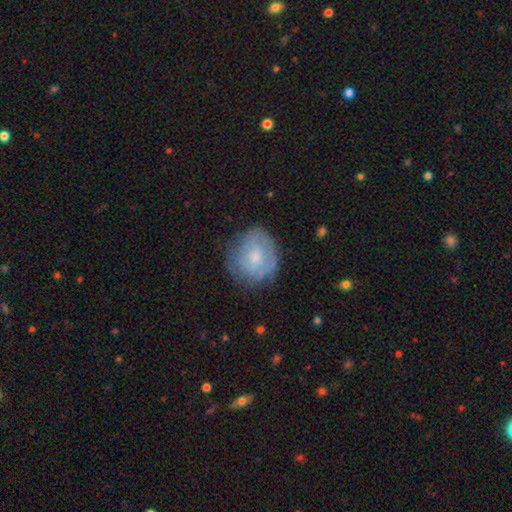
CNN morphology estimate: A smooth galaxy with no disk features (49%). Merging: none (66%).